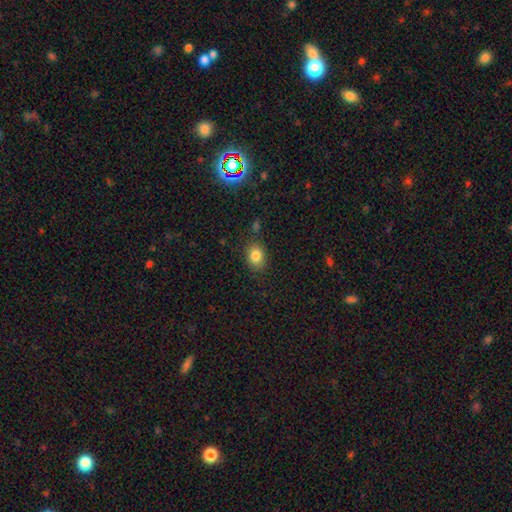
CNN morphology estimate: This appears to be a smooth galaxy with no disk features (83%) that is in between round and cigar-shaped (64%). Merging: none (82%).